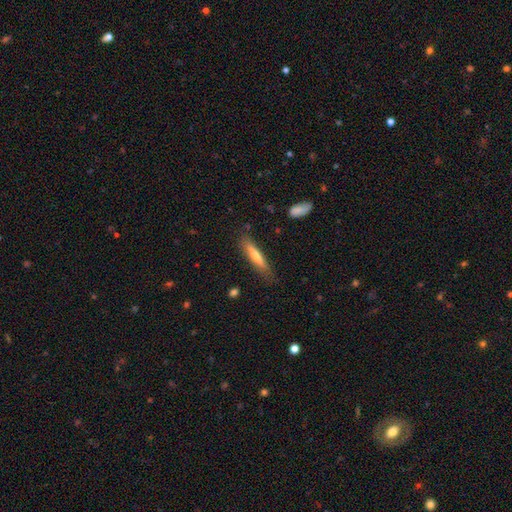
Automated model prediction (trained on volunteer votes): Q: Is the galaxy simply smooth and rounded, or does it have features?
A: smooth — 61%.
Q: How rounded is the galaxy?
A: cigar-shaped — 87%.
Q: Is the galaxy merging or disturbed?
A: none — 80%.